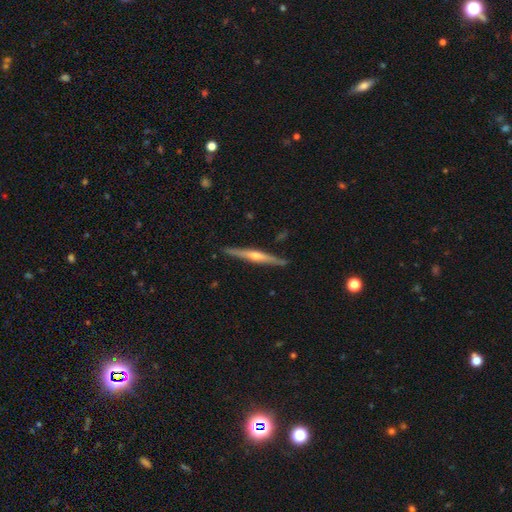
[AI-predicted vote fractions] Smooth or featured?
  - featured or disk: 77% *
  - smooth: 17%
  - star or artifact: 6%
Edge-on disk?
  - yes: 98% *
  - no: 2%
Edge-on bulge?
  - rounded: 84% *
  - none: 11%
  - boxy: 6%
Merging?
  - none: 90% *
  - minor disturbance: 7%
  - major disturbance: 1%
  - merger: 1%